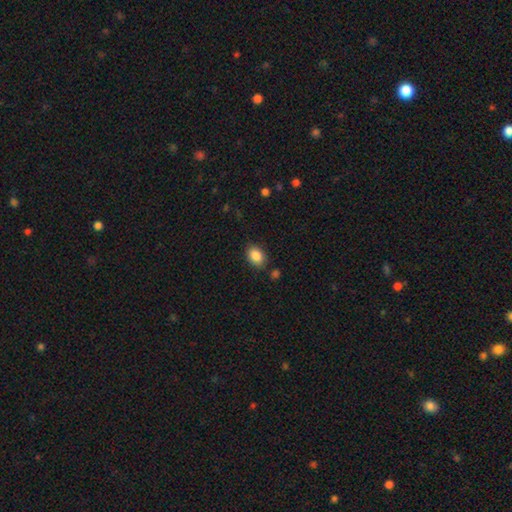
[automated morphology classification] type=smooth (87%); roundness=in between (71%); merging=none (81%).